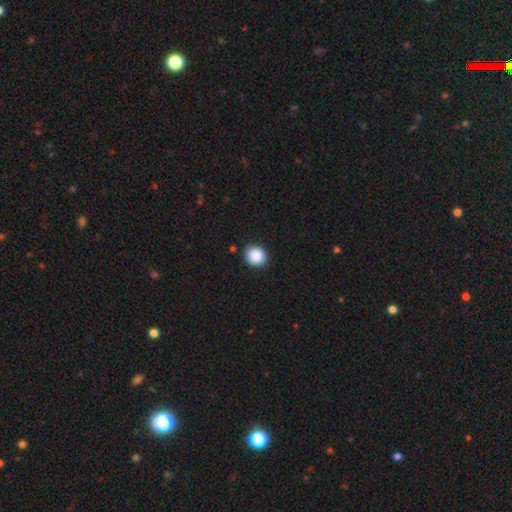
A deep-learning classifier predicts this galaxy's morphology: Smooth or featured? Predicted: smooth (p=0.89). How rounded? Predicted: round (p=0.86). Merging? Predicted: none (p=0.88).